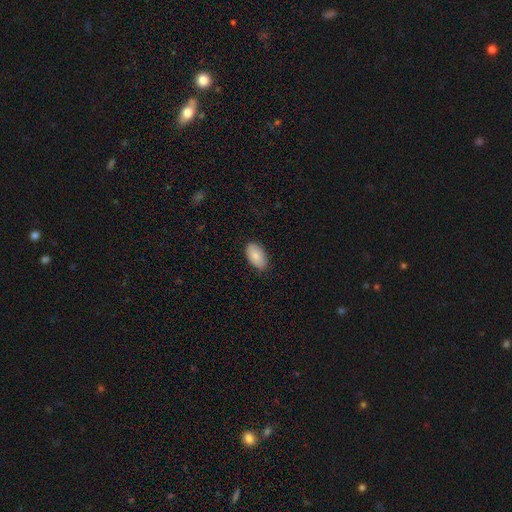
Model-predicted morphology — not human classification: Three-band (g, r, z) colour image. It shows a smooth galaxy with no disk features (85%) that is in between round and cigar-shaped (95%). Merging: none (82%).